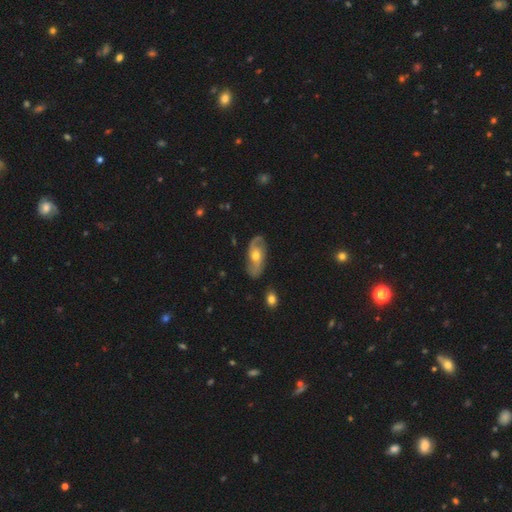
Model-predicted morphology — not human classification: Overall: featured or disk (75%). Edge-on disk: no (92%). Bar: no (67%; weak 27%). Spiral arms: yes (90%). Spiral arm count: 2 (86%). Spiral winding: loose (41%; medium 40%). Bulge size: moderate (69%). Merging: none (78%).